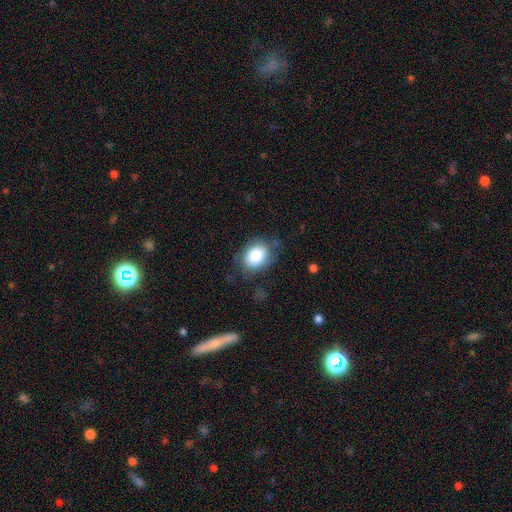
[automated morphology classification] Q: Smooth or featured?
A: smooth (83%); runner-up: featured or disk (10%)
Q: How rounded?
A: in between (67%); runner-up: round (32%)
Q: Merging?
A: none (66%); runner-up: minor disturbance (22%)